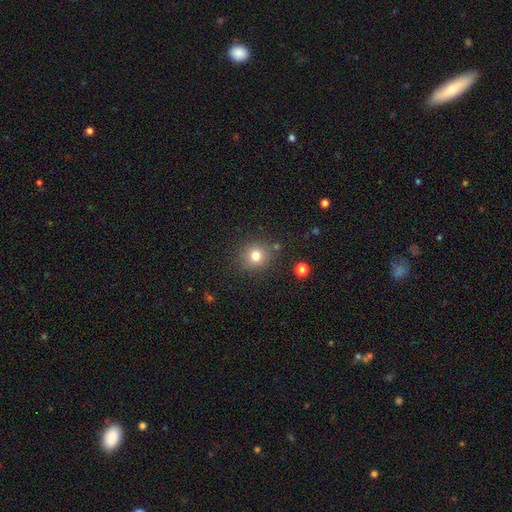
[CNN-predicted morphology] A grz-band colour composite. It shows a smooth galaxy with no disk features (78%) that is round (88%). Merging: none (85%).